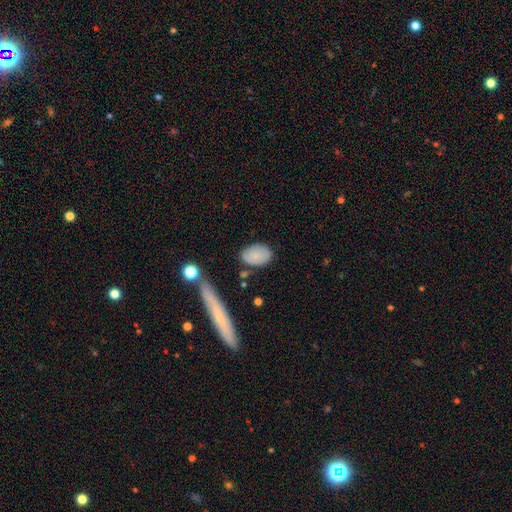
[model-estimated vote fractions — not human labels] smooth-or-featured: smooth: 80% | featured or disk: 13% | star or artifact: 7%
  how-rounded: in between: 89% | round: 10% | cigar-shaped: 2%
  merging: none: 73% | minor disturbance: 18% | major disturbance: 5% | merger: 4%